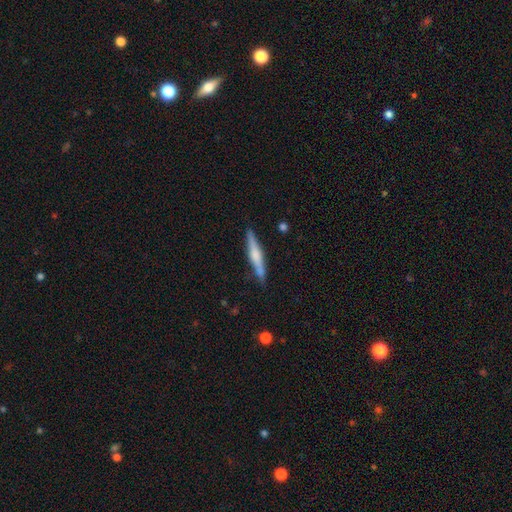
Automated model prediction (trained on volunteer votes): Smooth or featured? Predicted: featured or disk (p=0.55). Edge-on disk? Predicted: yes (p=0.97). Edge-on bulge? Predicted: rounded (p=0.62). Merging? Predicted: none (p=0.84).